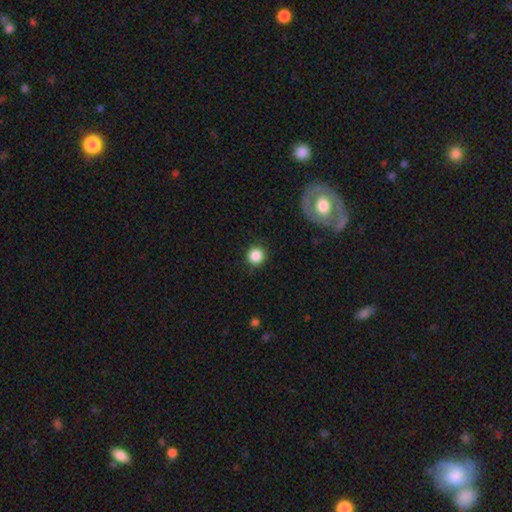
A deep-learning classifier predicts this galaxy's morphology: Smooth or featured? smooth (87%)
How rounded? round (95%)
Merging? none (90%)